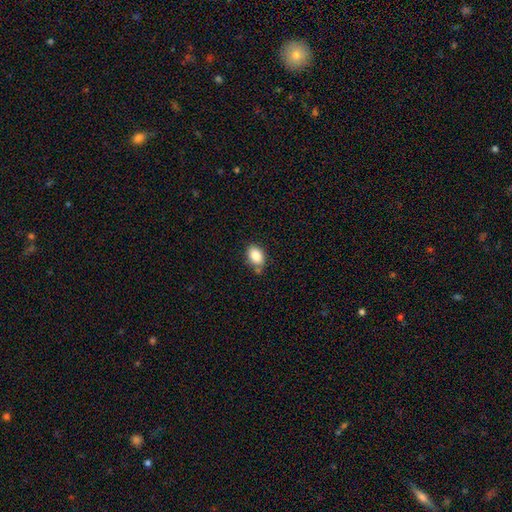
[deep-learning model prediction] Q: Smooth or featured?
A: smooth (86%); runner-up: star or artifact (8%)
Q: How rounded?
A: in between (82%); runner-up: round (17%)
Q: Merging?
A: none (72%); runner-up: minor disturbance (18%)